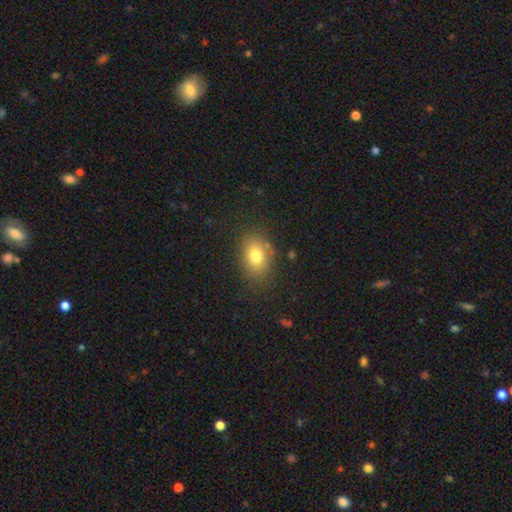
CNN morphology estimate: Smooth or featured: smooth — 77% (featured or disk — 12%)
How rounded: in between — 72% (round — 26%)
Merging: none — 82% (minor disturbance — 12%)